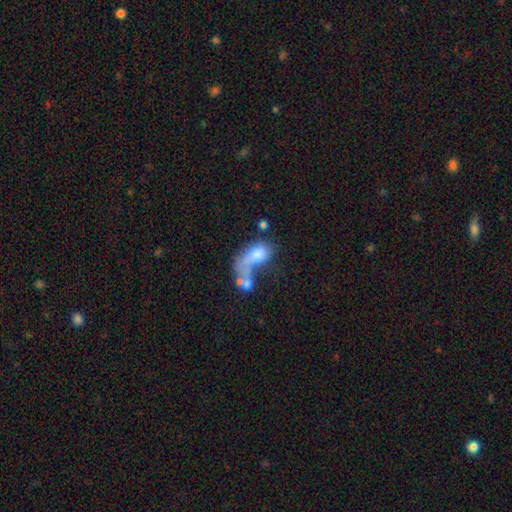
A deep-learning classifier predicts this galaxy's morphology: Overall: smooth (59%; featured or disk 32%). How rounded: in between (79%). Merging: merger (40%; major disturbance 39%).